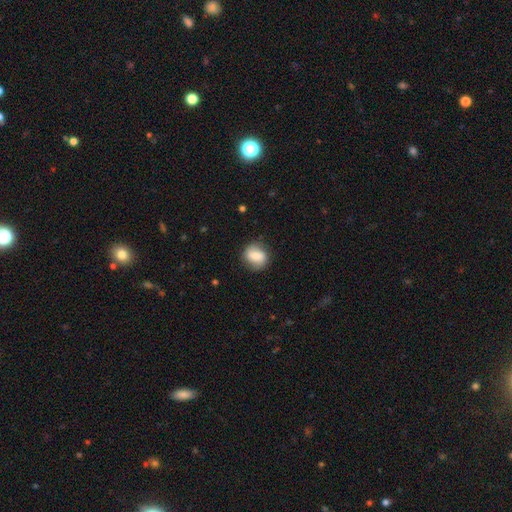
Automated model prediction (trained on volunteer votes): Q: Smooth or featured?
A: smooth (66%); runner-up: featured or disk (26%)
Q: How rounded?
A: round (71%); runner-up: in between (27%)
Q: Merging?
A: none (80%); runner-up: minor disturbance (14%)